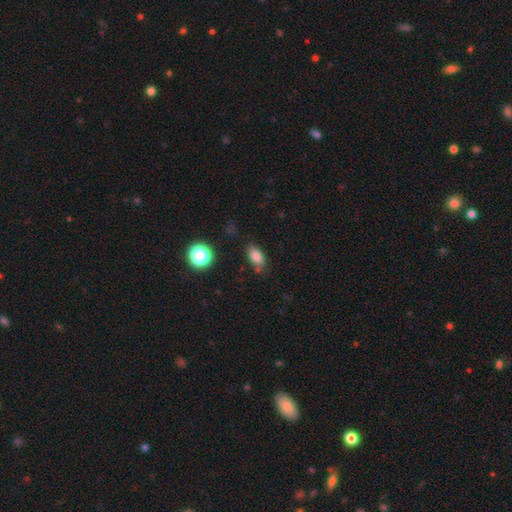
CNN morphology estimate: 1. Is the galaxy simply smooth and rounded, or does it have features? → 81% smooth, 11% star or artifact, 8% featured or disk.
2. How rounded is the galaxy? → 86% in between, 9% round, 5% cigar-shaped.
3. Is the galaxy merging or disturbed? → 75% none, 17% minor disturbance, 5% merger, 4% major disturbance.